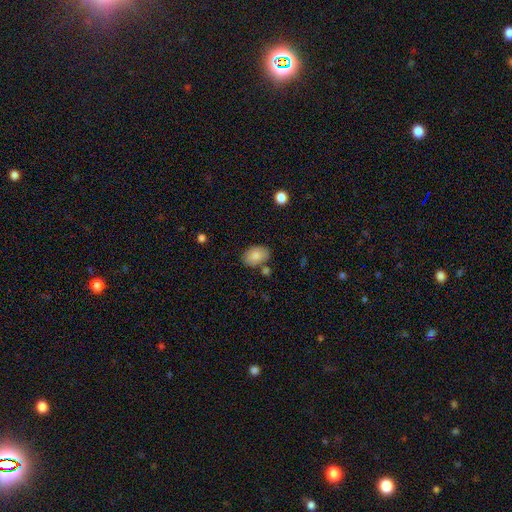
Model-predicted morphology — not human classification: The model was most divided on "merging": none: 75%, minor disturbance: 14%, merger: 8%, major disturbance: 3%. More confident: how rounded — in between (86%); smooth or featured — smooth (85%).